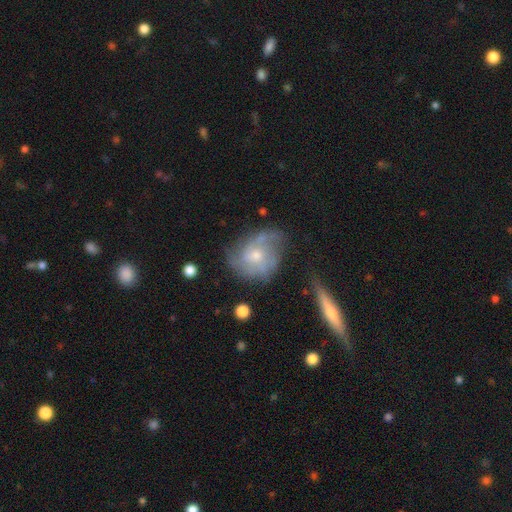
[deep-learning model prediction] smooth-or-featured: featured or disk: 67% | smooth: 26% | star or artifact: 8%
  disk-edge-on: no: 95% | yes: 5%
    bar: no: 73% | weak: 24% | strong: 3%
    has-spiral-arms: yes: 77% | no: 23%
    bulge-size: moderate: 56% | small: 36% | large: 4% | none: 3% | dominant: 1%
  merging: none: 57% | minor disturbance: 26% | major disturbance: 14% | merger: 4%